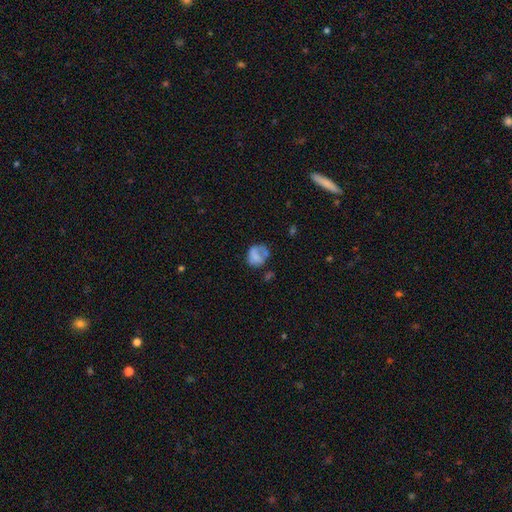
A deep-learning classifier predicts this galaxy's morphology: smooth 62%, featured or disk 27%, star or artifact 10%. Down the decision tree: how rounded — round (60%); merging — none (39%).